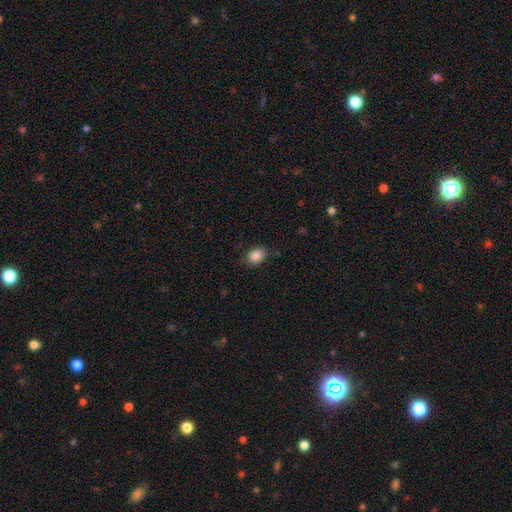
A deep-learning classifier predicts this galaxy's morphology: smooth 86%, star or artifact 9%, featured or disk 5%. Down the decision tree: how rounded — in between (53%); merging — none (83%).